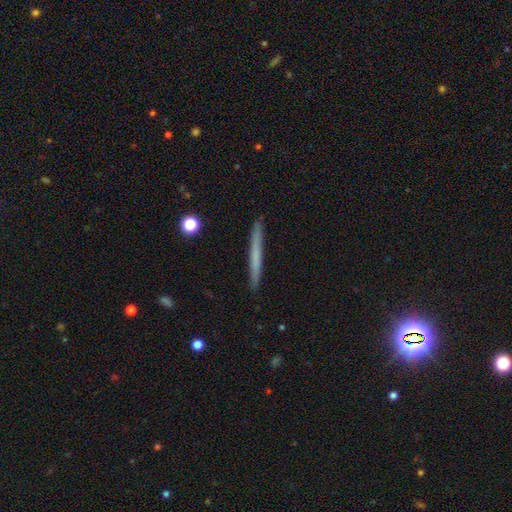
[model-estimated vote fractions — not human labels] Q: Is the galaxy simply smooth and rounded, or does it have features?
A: smooth — 57%.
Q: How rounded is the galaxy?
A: cigar-shaped — 97%.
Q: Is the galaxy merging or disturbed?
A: none — 91%.